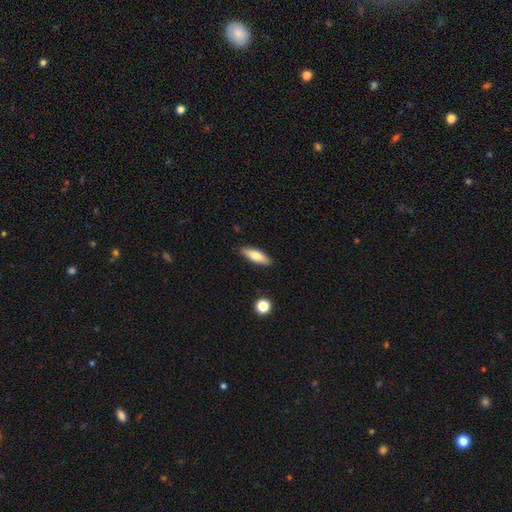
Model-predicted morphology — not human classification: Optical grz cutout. It shows a smooth galaxy with no disk features (72%) that is in between round and cigar-shaped (57%). Merging: none (88%).